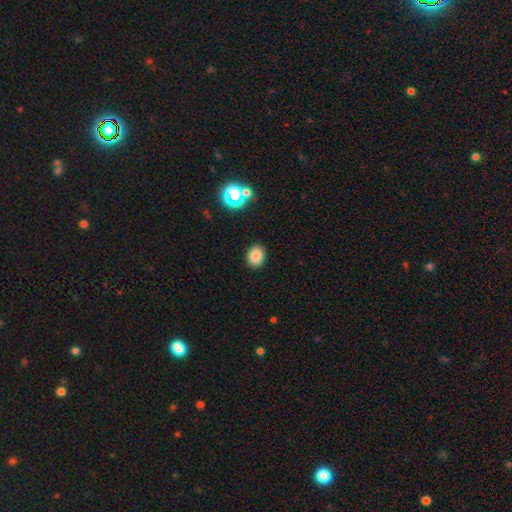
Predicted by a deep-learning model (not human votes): A smooth galaxy with no disk features (83%) that is round (50%). Merging: none (88%).